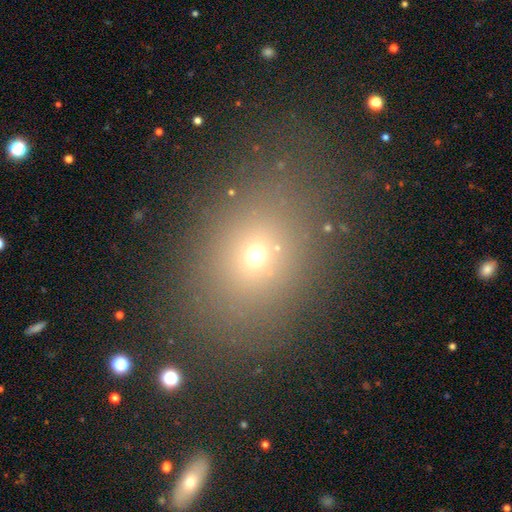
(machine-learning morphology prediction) smooth-or-featured: smooth: 62% | star or artifact: 26% | featured or disk: 12%
  how-rounded: in between: 55% | round: 44% | cigar-shaped: 2%
  merging: none: 80% | minor disturbance: 11% | major disturbance: 6% | merger: 3%